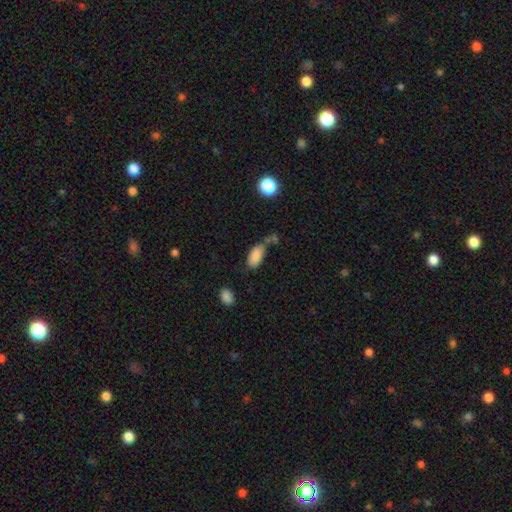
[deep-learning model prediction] This appears to be a smooth galaxy with no disk features (85%) that is in between round and cigar-shaped (91%). Merging: none (48%).